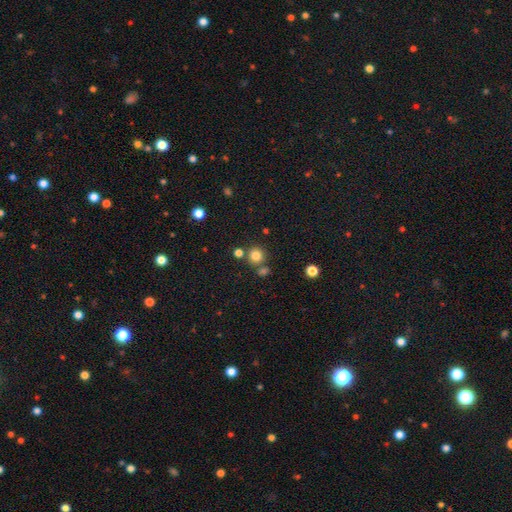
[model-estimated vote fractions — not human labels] Smooth or featured: smooth — 80% (star or artifact — 14%)
How rounded: round — 92% (in between — 7%)
Merging: none — 73% (merger — 16%)